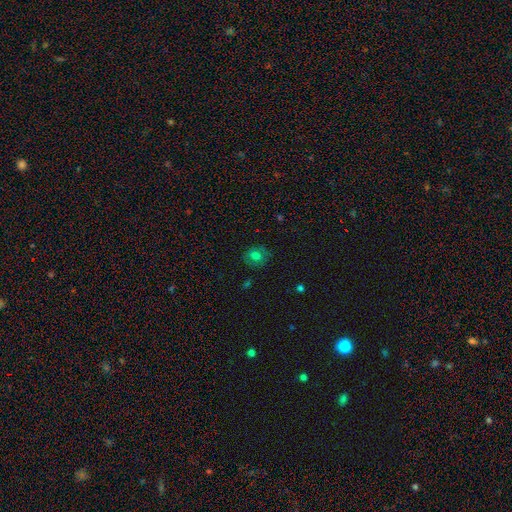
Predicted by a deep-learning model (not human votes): Q: Smooth or featured?
A: smooth (70%); runner-up: featured or disk (15%)
Q: How rounded?
A: round (70%); runner-up: in between (29%)
Q: Merging?
A: none (78%); runner-up: minor disturbance (16%)